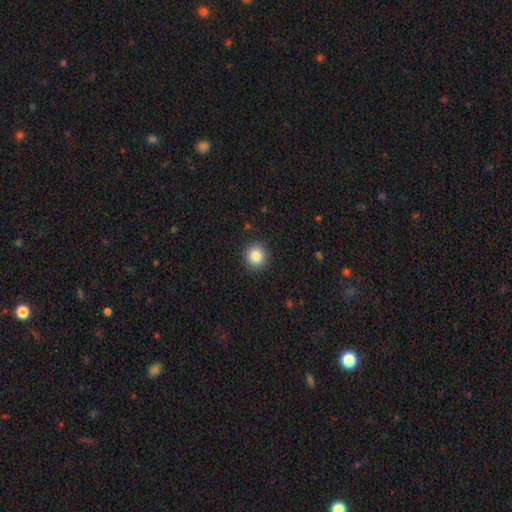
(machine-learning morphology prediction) Overall: smooth (86%). How rounded: round (92%). Merging: none (91%).